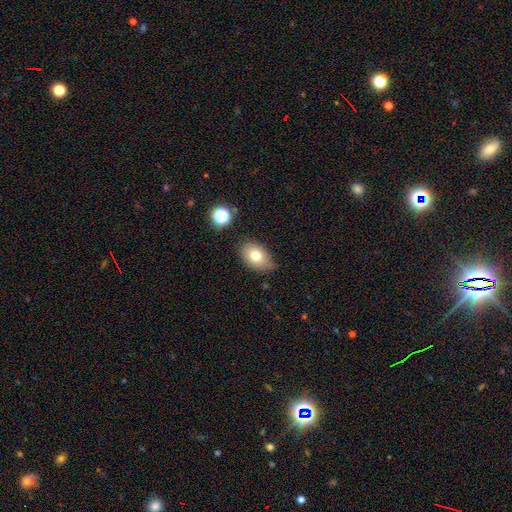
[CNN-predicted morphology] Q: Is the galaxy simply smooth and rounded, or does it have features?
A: smooth — 75%.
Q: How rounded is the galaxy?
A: in between — 83%.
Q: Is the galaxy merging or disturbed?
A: none — 73%.